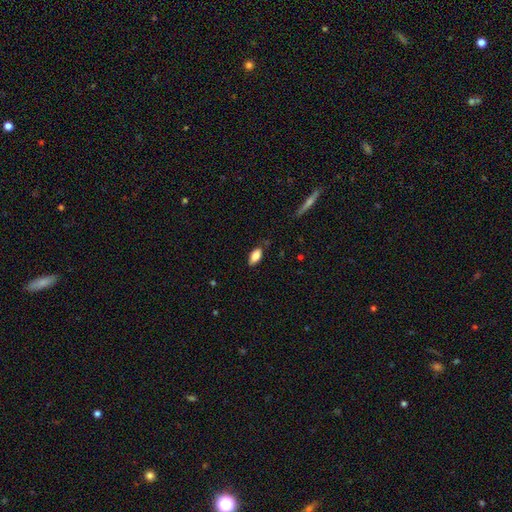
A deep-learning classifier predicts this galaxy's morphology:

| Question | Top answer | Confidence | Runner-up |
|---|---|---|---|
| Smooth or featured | smooth | 85% | featured or disk (7%) |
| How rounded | in between | 92% | cigar-shaped (5%) |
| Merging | none | 81% | minor disturbance (15%) |